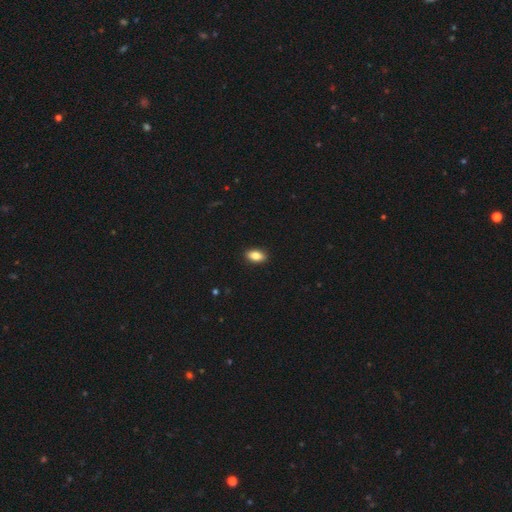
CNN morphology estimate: Smooth or featured? Predicted: smooth (p=0.84). How rounded? Predicted: in between (p=0.90). Merging? Predicted: none (p=0.91).